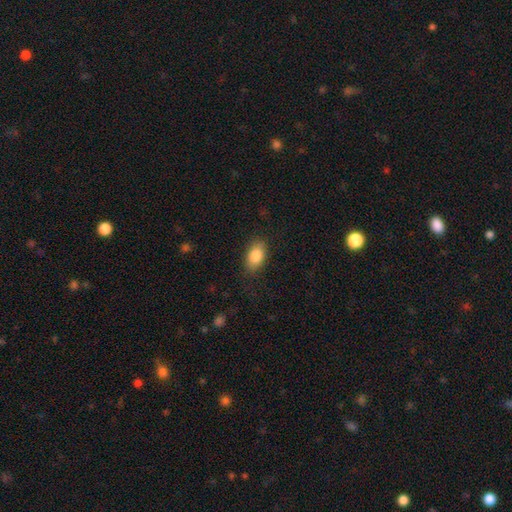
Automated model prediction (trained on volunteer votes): This appears to be a smooth galaxy with no disk features (85%) that is in between round and cigar-shaped (90%). Merging: none (84%).